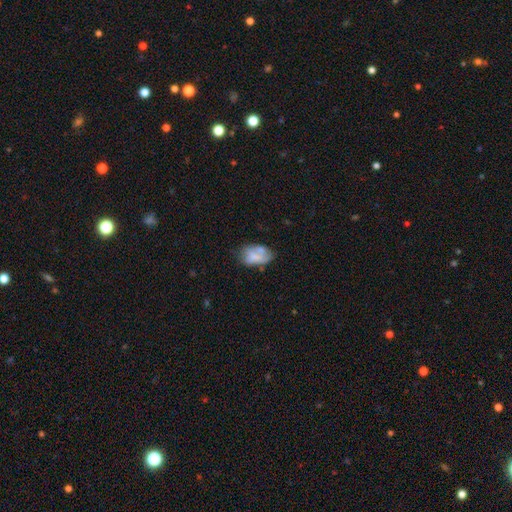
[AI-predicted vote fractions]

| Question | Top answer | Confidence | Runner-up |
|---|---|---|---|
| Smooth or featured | smooth | 59% | featured or disk (32%) |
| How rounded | in between | 91% | round (7%) |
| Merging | none | 41% | minor disturbance (28%) |